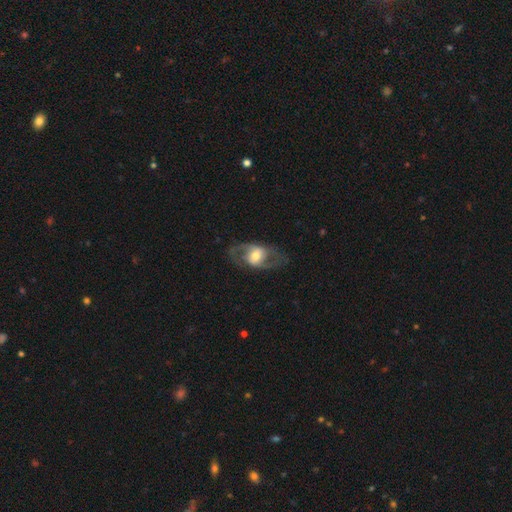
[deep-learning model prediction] This is likely a featured or disk galaxy (70%). It is clearly not viewed edge-on (91%). Bar: possibly no (51%). Spiral arm pattern: likely yes (64%). Central bulge: likely moderate (63%). Merging: likely none (75%).